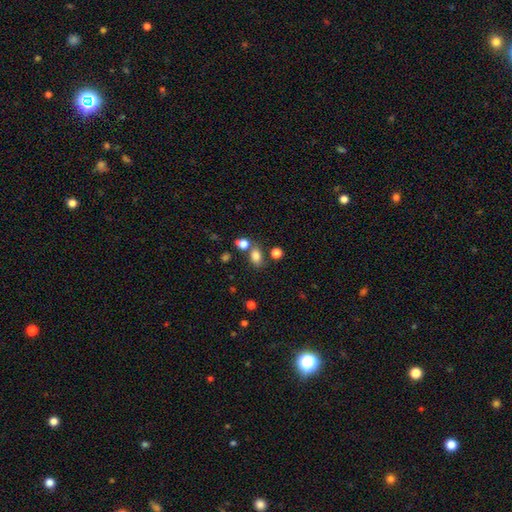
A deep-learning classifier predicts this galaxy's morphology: Smooth or featured? Predicted: smooth (p=0.81). How rounded? Predicted: in between (p=0.79). Merging? Predicted: none (p=0.60).